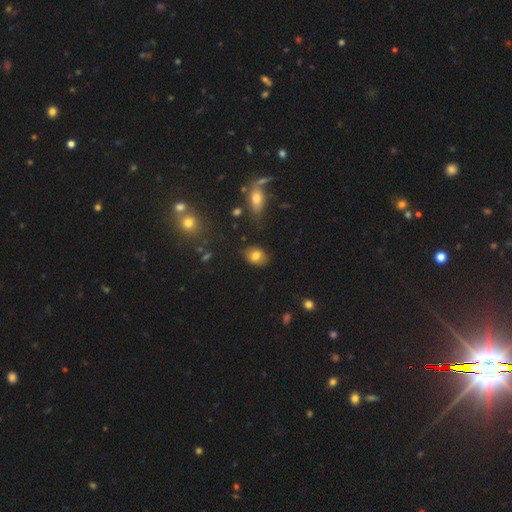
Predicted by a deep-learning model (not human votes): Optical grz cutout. It shows a smooth galaxy with no disk features (79%) that is in between round and cigar-shaped (62%). Merging: none (78%).